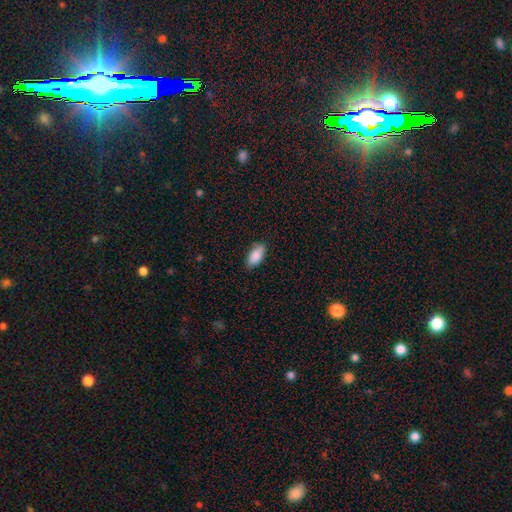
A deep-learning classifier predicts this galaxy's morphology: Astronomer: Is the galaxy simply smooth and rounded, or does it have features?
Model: smooth — 87%.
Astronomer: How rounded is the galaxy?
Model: in between — 91%.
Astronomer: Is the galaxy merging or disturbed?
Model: none — 81%.